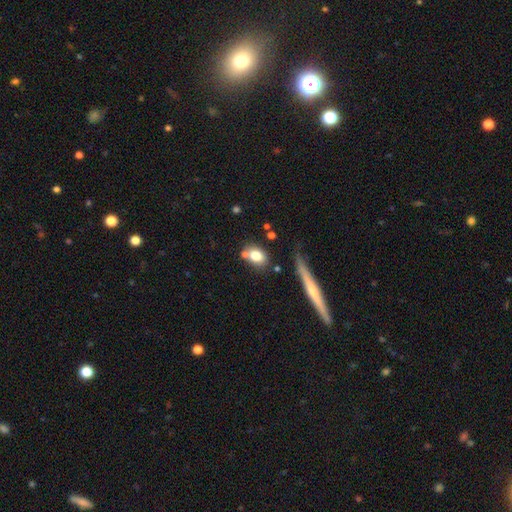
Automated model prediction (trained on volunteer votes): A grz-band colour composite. It shows a smooth galaxy with no disk features (77%) that is in between round and cigar-shaped (64%). Merging: none (63%).